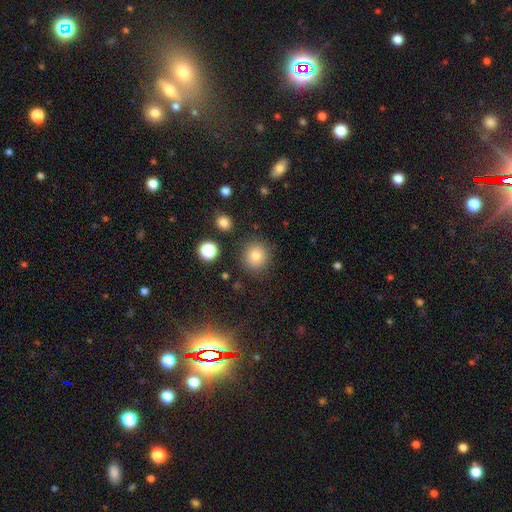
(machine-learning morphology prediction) smooth_or_featured: smooth (p=0.81) [alt: star or artifact p=0.12]
how_rounded: round (p=0.92) [alt: in between p=0.07]
merging: none (p=0.86) [alt: minor disturbance p=0.08]